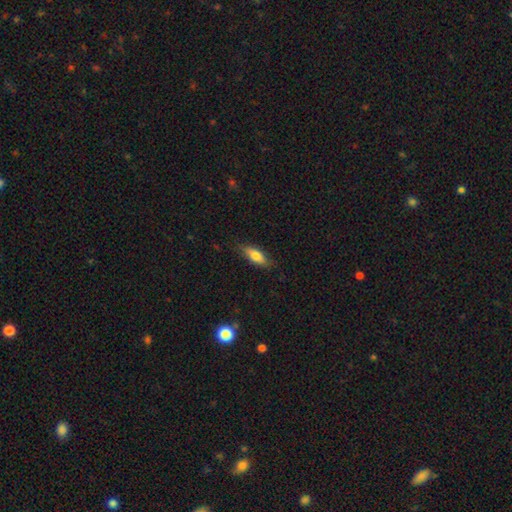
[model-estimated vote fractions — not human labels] Smooth or featured? smooth (74%)
How rounded? in between (69%)
Merging? none (79%)